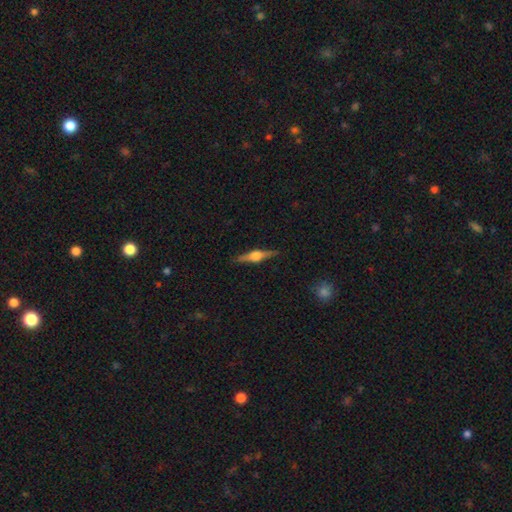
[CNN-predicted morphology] A featured or disk galaxy (76%) viewed edge-on (98%) with a rounded central bulge (92%).

Vote fractions:
- Smooth or featured? featured or disk: 76% / smooth: 18% / star or artifact: 6%
- Edge-on disk? yes: 98% / no: 2%
- Edge-on bulge? rounded: 92% / boxy: 6% / none: 2%
- Merging? none: 89% / minor disturbance: 8% / major disturbance: 2% / merger: 1%